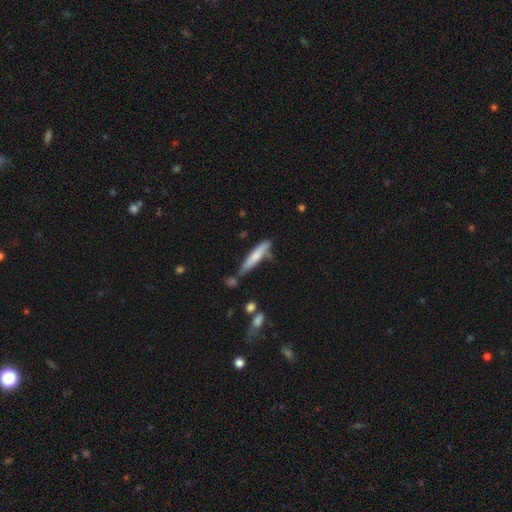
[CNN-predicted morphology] Smooth or featured? Predicted: smooth (p=0.69). How rounded? Predicted: cigar-shaped (p=0.88). Merging? Predicted: none (p=0.65).